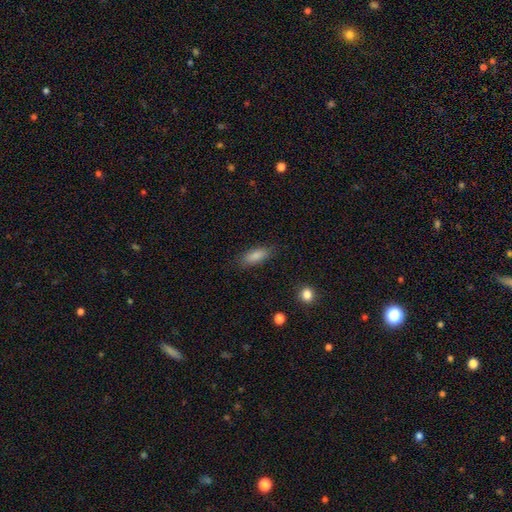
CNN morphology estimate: Smooth or featured: smooth — 85% (star or artifact — 7%)
How rounded: in between — 76% (cigar-shaped — 21%)
Merging: none — 82% (minor disturbance — 13%)